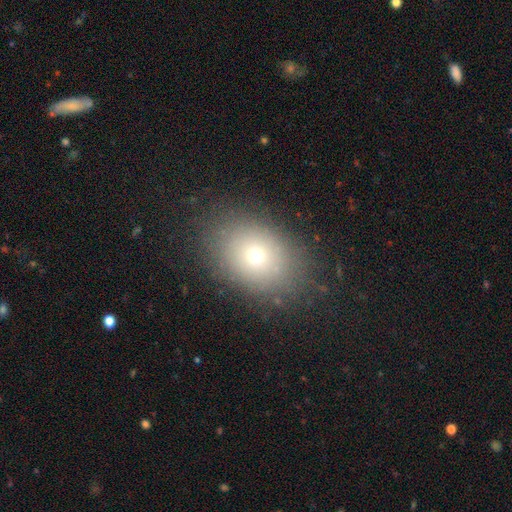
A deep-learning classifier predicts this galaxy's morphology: smooth 68%, star or artifact 16%, featured or disk 15%. Down the decision tree: how rounded — in between (65%); merging — none (83%).